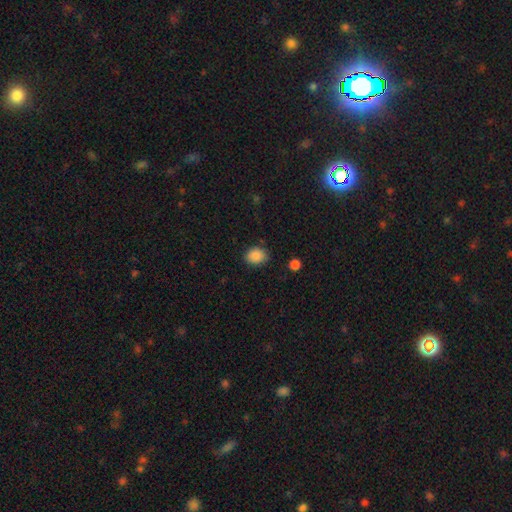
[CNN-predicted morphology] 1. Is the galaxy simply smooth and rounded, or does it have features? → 87% smooth, 9% star or artifact, 4% featured or disk.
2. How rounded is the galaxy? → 51% in between, 48% round, 1% cigar-shaped.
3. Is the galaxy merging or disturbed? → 80% none, 15% minor disturbance, 3% major disturbance, 2% merger.